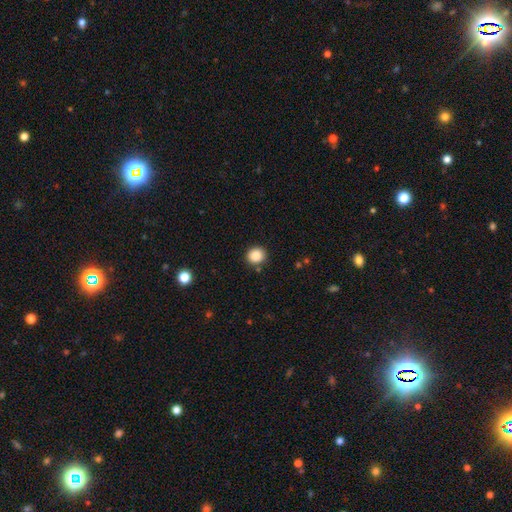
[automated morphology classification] smooth-or-featured: smooth: 88% | star or artifact: 10% | featured or disk: 3%
  how-rounded: round: 87% | in between: 12% | cigar-shaped: 1%
  merging: none: 87% | minor disturbance: 8% | major disturbance: 3% | merger: 3%